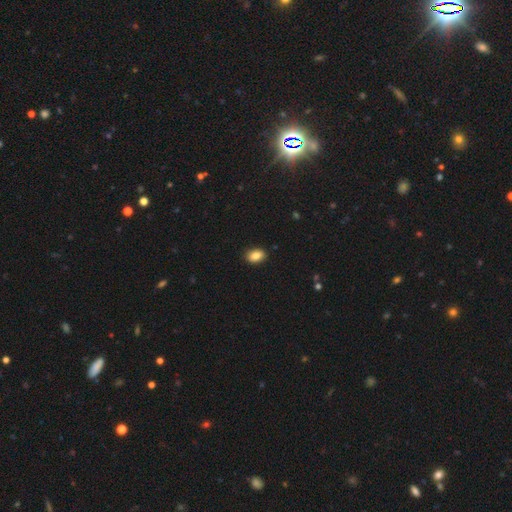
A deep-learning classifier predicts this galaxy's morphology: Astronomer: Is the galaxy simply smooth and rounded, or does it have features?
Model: smooth — 87%.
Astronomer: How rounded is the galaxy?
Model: in between — 85%.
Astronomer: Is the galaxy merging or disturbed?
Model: none — 89%.